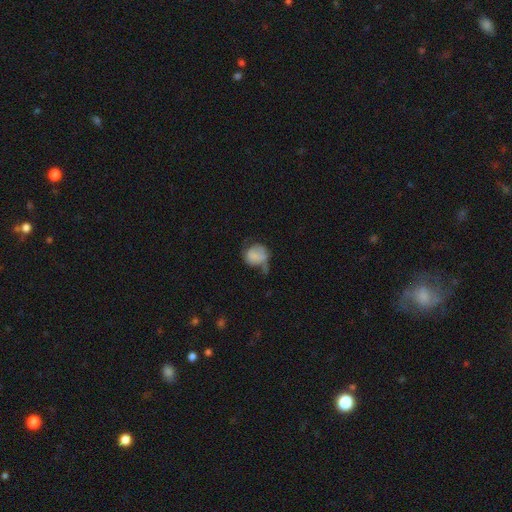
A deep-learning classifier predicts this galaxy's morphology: A smooth galaxy with no disk features (66%) that is round (61%).

Vote fractions:
- Smooth or featured? smooth: 66% / featured or disk: 24% / star or artifact: 10%
- How rounded? round: 61% / in between: 38% / cigar-shaped: 1%
- Merging? minor disturbance: 31% (tied) / major disturbance: 31% (tied) / none: 29% / merger: 9%